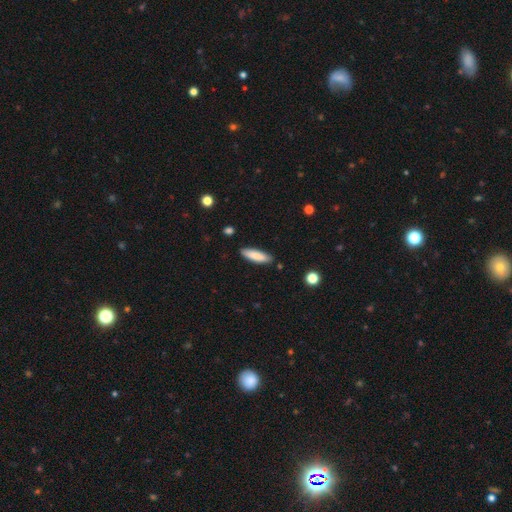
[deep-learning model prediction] Smooth or featured: smooth — 84% (featured or disk — 11%)
How rounded: cigar-shaped — 59% (in between — 40%)
Merging: none — 86% (minor disturbance — 11%)